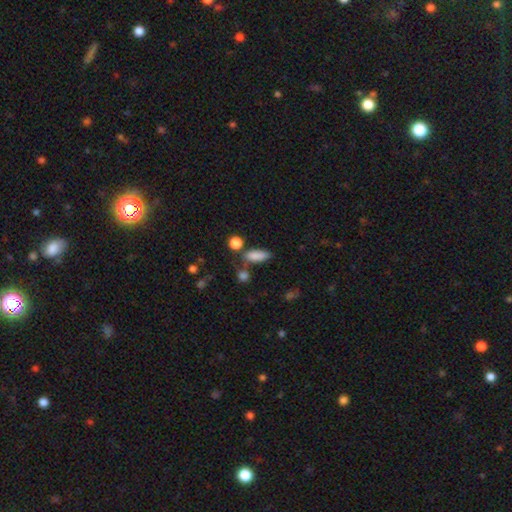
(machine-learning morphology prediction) smooth-or-featured: smooth: 83% | star or artifact: 10% | featured or disk: 7%
  how-rounded: in between: 75% | cigar-shaped: 19% | round: 7%
  merging: none: 60% | minor disturbance: 18% | merger: 15% | major disturbance: 7%